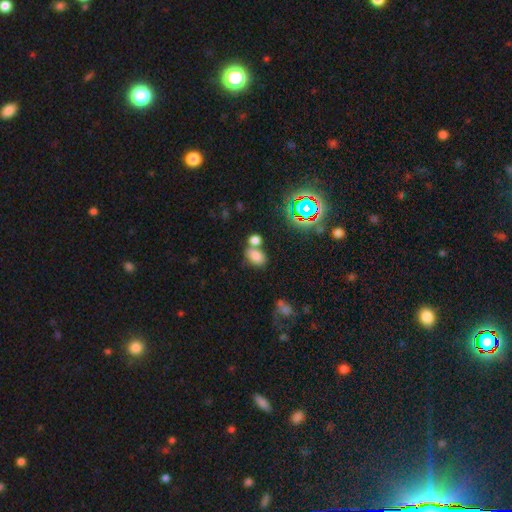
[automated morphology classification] Q: Smooth or featured?
A: smooth (74%); runner-up: star or artifact (17%)
Q: How rounded?
A: in between (79%); runner-up: round (20%)
Q: Merging?
A: none (45%); runner-up: merger (38%)